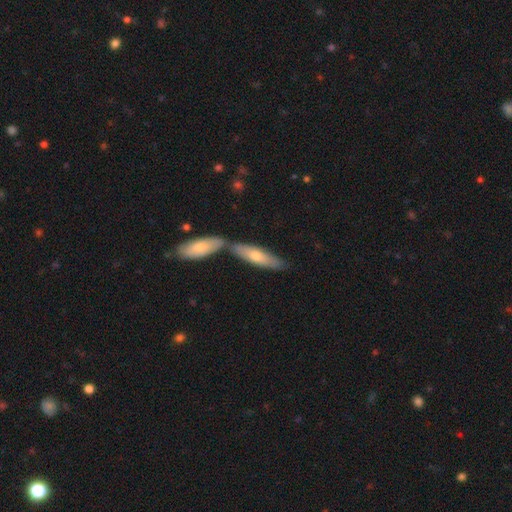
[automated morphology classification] Smooth or featured? smooth (61%)
How rounded? cigar-shaped (56%)
Merging? none (52%)